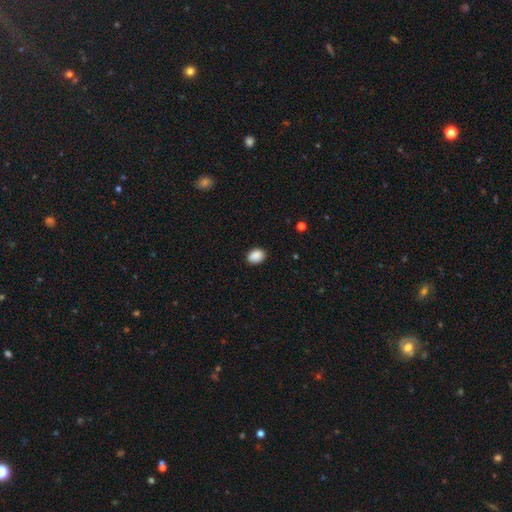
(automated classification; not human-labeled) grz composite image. It shows a smooth galaxy with no disk features (90%) that is in between round and cigar-shaped (70%). Merging: none (88%).